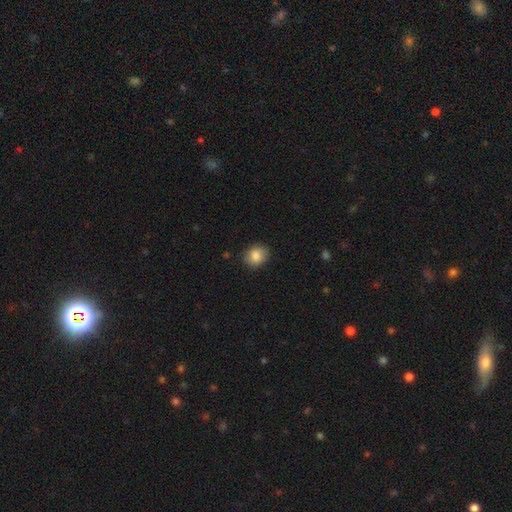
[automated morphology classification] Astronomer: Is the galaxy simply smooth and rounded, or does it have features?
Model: smooth — 86%.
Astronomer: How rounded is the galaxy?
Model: round — 63%.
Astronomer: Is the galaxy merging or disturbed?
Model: none — 86%.